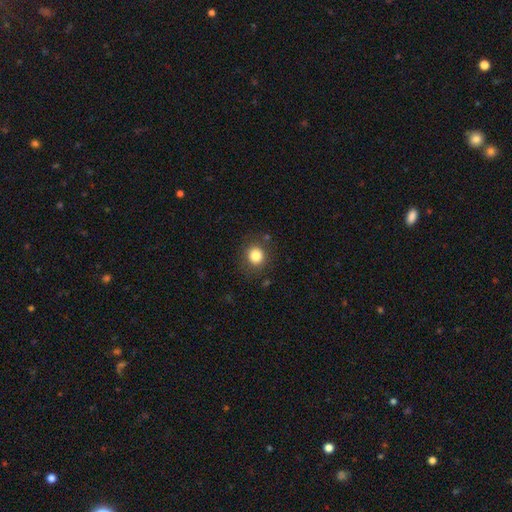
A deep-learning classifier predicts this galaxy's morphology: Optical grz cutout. It shows a smooth galaxy with no disk features (83%) that is round (86%). Merging: none (84%).